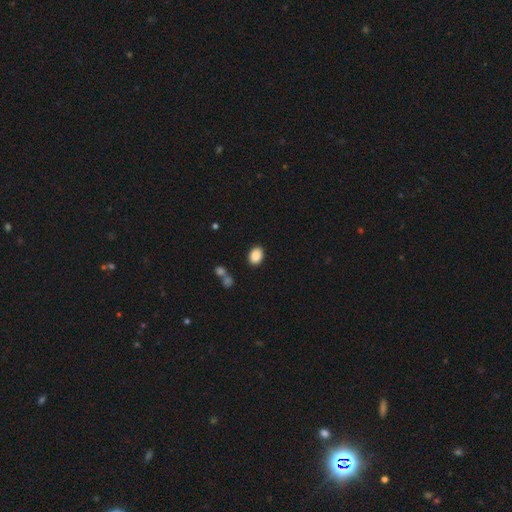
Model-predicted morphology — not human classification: Smooth or featured? smooth (88%)
How rounded? in between (73%)
Merging? none (85%)